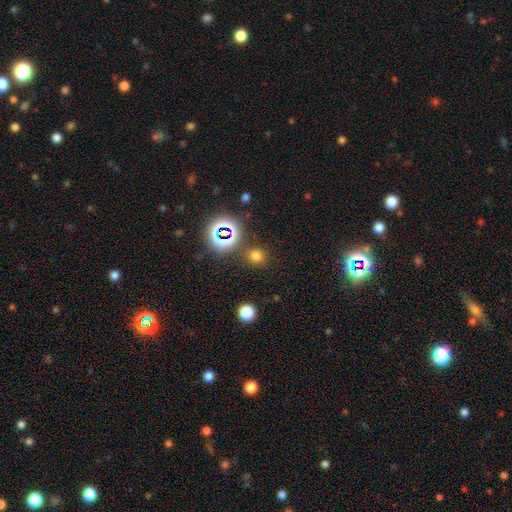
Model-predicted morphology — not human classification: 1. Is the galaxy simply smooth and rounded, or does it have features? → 66% smooth, 28% star or artifact, 6% featured or disk.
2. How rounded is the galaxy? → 89% round, 10% in between, 1% cigar-shaped.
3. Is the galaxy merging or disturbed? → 83% none, 8% minor disturbance, 5% merger, 4% major disturbance.